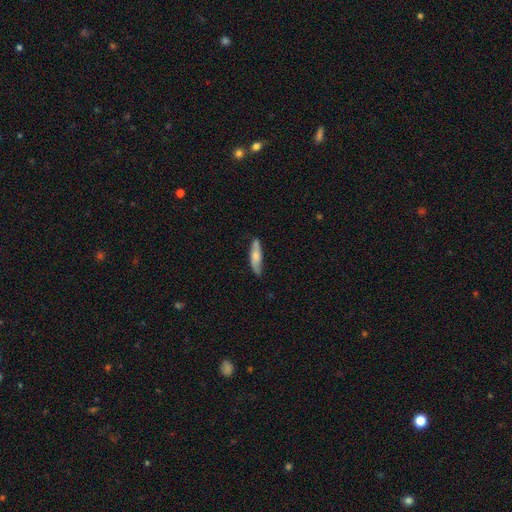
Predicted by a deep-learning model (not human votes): Overall: smooth (64%; featured or disk 30%). How rounded: cigar-shaped (69%). Merging: none (78%).